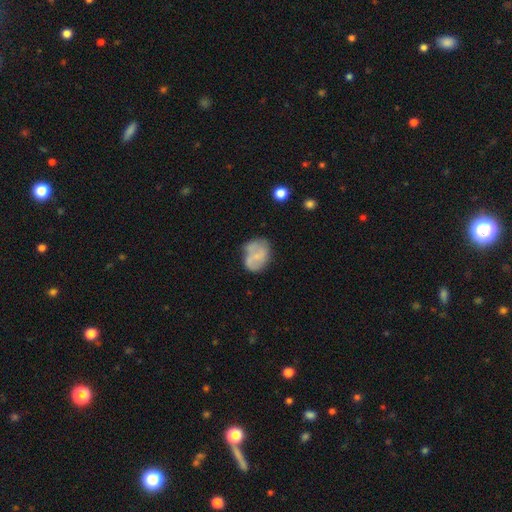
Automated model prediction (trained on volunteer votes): Smooth or featured? Predicted: smooth (p=0.51). How rounded? Predicted: in between (p=0.65). Merging? Predicted: none (p=0.46).